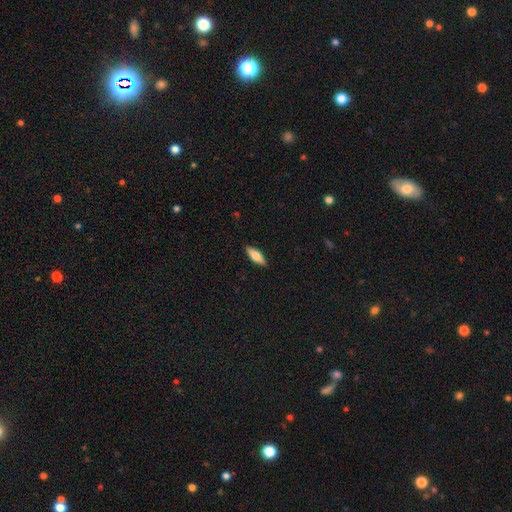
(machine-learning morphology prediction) The model was most divided on "how rounded": in between: 54%, cigar-shaped: 44%, round: 2%. More confident: merging — none (89%); smooth or featured — smooth (61%).